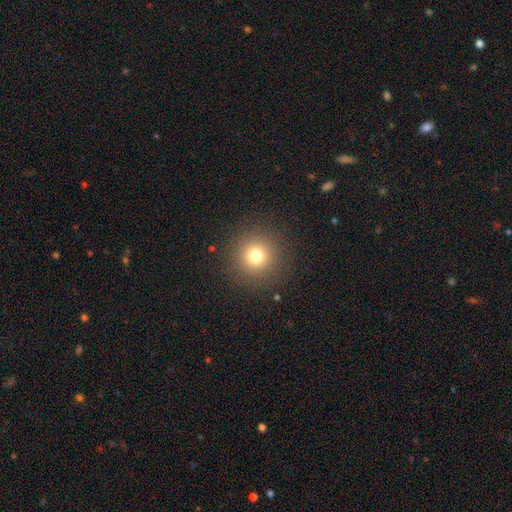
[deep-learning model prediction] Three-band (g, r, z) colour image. It shows a smooth galaxy with no disk features (75%) that is round (96%). Merging: none (90%).